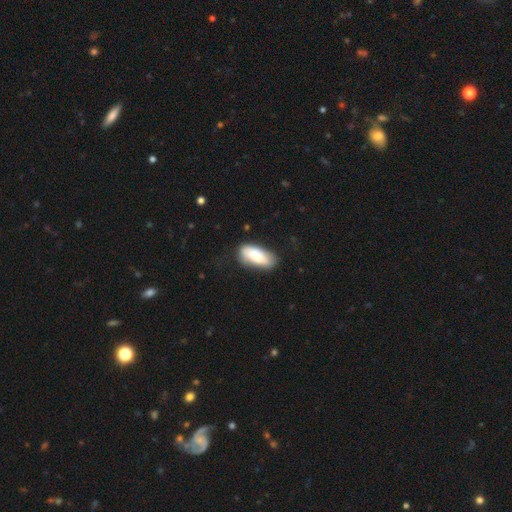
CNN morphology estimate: smooth_or_featured: smooth (p=0.80) [alt: featured or disk p=0.14]
how_rounded: in between (p=0.86) [alt: cigar-shaped p=0.12]
merging: none (p=0.68) [alt: minor disturbance p=0.24]